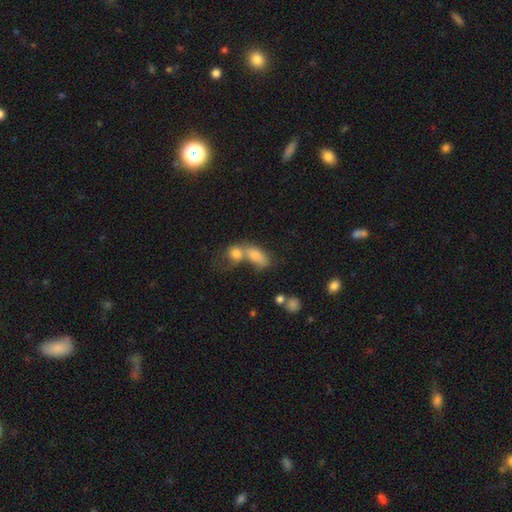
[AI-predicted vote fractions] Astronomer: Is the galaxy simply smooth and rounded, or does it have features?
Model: smooth — 79%.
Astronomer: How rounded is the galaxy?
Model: in between — 81%.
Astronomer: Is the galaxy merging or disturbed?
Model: merger — 61%.